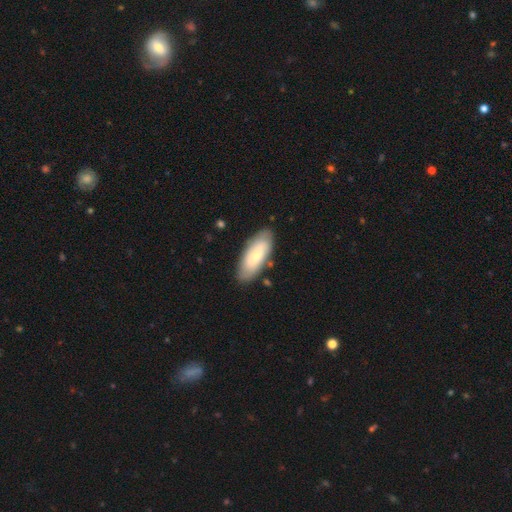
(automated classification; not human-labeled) Smooth or featured?
  - smooth: 64% *
  - featured or disk: 30%
  - star or artifact: 5%
How rounded?
  - in between: 79% *
  - cigar-shaped: 19%
  - round: 2%
Merging?
  - none: 82% *
  - minor disturbance: 13%
  - major disturbance: 3%
  - merger: 2%